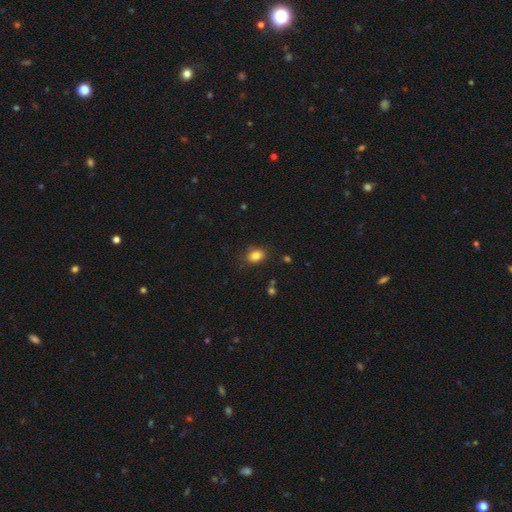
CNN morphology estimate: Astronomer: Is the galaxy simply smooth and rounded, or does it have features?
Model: smooth — 83%.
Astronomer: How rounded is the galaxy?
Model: in between — 71%.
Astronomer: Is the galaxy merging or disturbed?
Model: none — 81%.